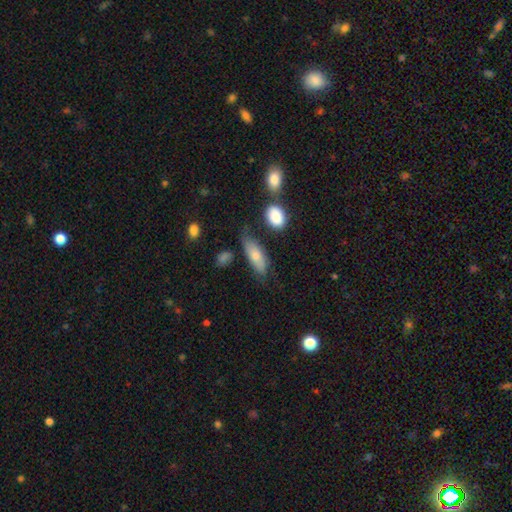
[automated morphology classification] Smooth or featured?
  - smooth: 73% *
  - featured or disk: 20%
  - star or artifact: 7%
How rounded?
  - in between: 72% *
  - cigar-shaped: 25%
  - round: 3%
Merging?
  - none: 56% *
  - minor disturbance: 28%
  - major disturbance: 9%
  - merger: 6%